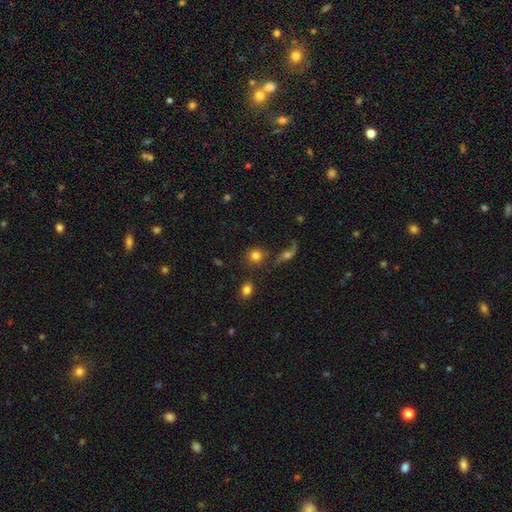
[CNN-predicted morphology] smooth-or-featured: smooth: 80% | star or artifact: 10% | featured or disk: 10%
  how-rounded: round: 88% | in between: 11% | cigar-shaped: 1%
  merging: none: 72% | merger: 12% | minor disturbance: 10% | major disturbance: 5%